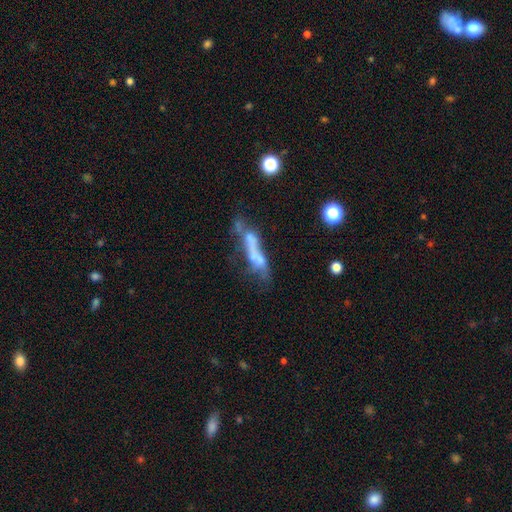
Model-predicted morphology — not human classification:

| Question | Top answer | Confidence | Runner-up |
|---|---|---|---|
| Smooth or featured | featured or disk | 47% | smooth (39%) |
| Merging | merger | 37% | major disturbance (25%) |